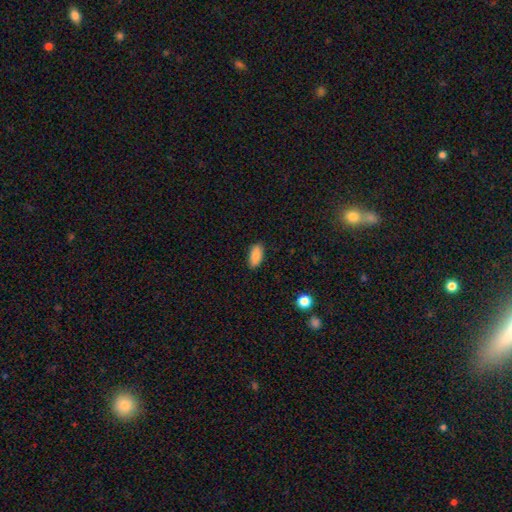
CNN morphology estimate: The model was most divided on "merging": none: 88%, minor disturbance: 9%, major disturbance: 2%, merger: 1%. More confident: how rounded — in between (89%); smooth or featured — smooth (87%).